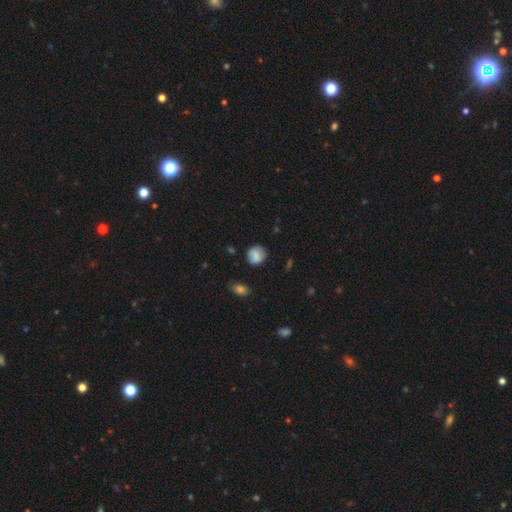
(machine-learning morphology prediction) Overall: smooth (79%). How rounded: round (82%). Merging: none (77%).